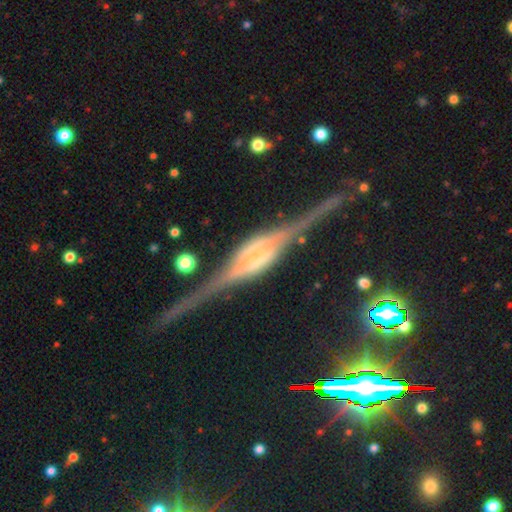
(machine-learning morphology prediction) This is clearly a featured or disk galaxy (90%). It is clearly viewed edge-on (97%). Edge-on bulge: possibly rounded (54%). Merging: likely none (79%).